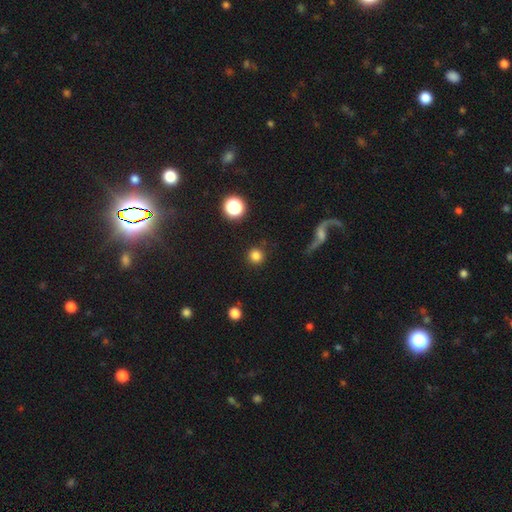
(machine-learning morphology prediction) type=smooth (81%); roundness=round (95%); merging=none (89%).